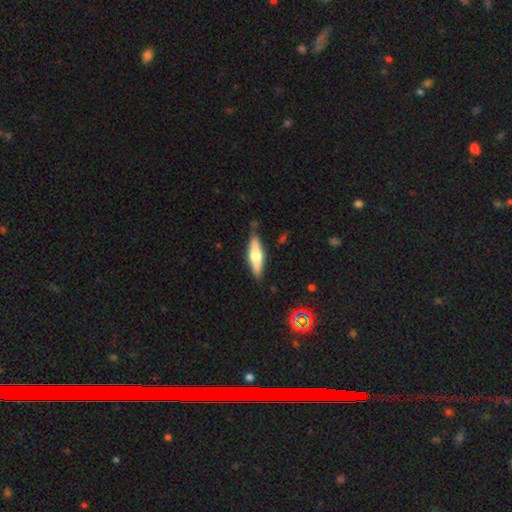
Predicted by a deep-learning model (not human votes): Smooth or featured?
  - smooth: 48% *
  - featured or disk: 46%
  - star or artifact: 6%
Merging?
  - none: 82% *
  - minor disturbance: 13%
  - major disturbance: 3%
  - merger: 2%